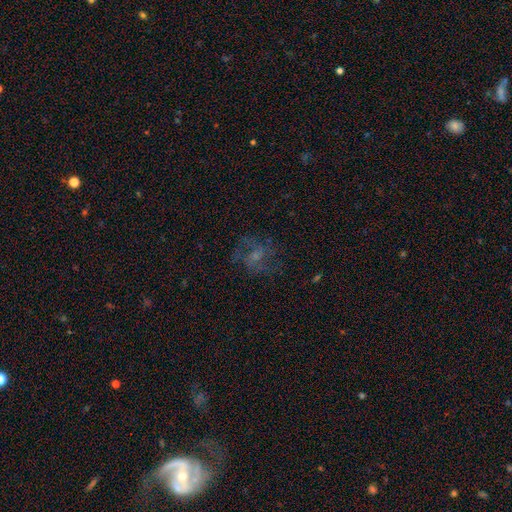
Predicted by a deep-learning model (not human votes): Smooth or featured? featured or disk (58%)
Edge-on disk? no (97%)
Bar? no (55%)
Spiral arms? yes (74%)
Bulge size? small (45%)
Merging? none (61%)